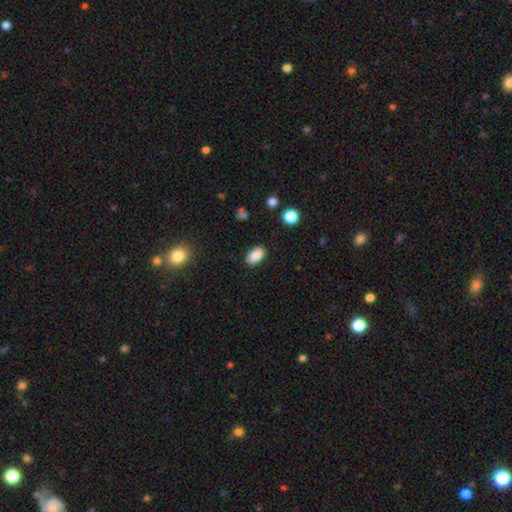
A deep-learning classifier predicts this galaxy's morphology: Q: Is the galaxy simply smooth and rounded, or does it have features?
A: smooth — 84%.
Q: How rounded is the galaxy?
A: in between — 90%.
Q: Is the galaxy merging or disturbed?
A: none — 88%.